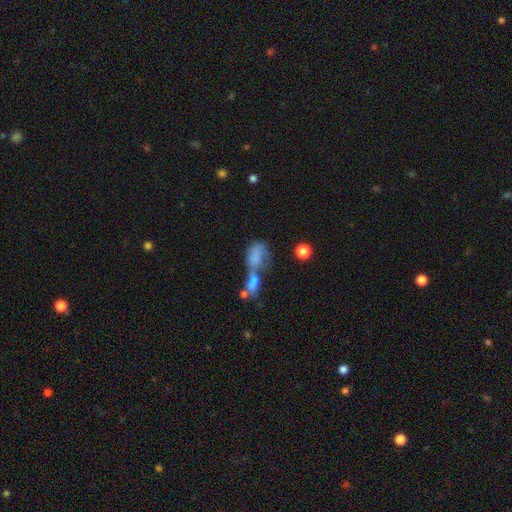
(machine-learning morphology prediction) Smooth or featured: smooth — 63% (featured or disk — 25%)
How rounded: in between — 73% (round — 19%)
Merging: merger — 63% (major disturbance — 17%)